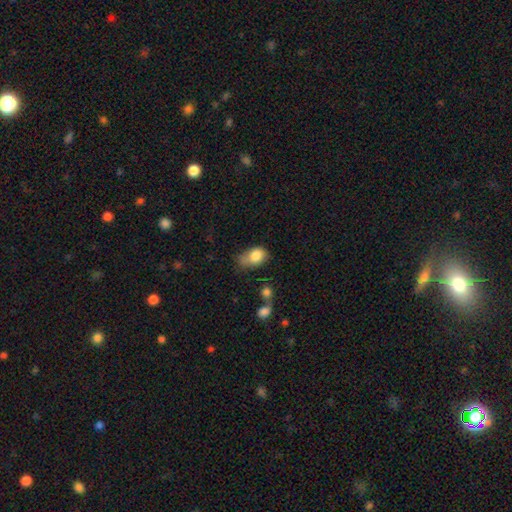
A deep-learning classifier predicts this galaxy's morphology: The model was most divided on "merging": minor disturbance: 39%, none: 34%, major disturbance: 18%, merger: 9%. More confident: smooth or featured — smooth (82%); how rounded — in between (79%).